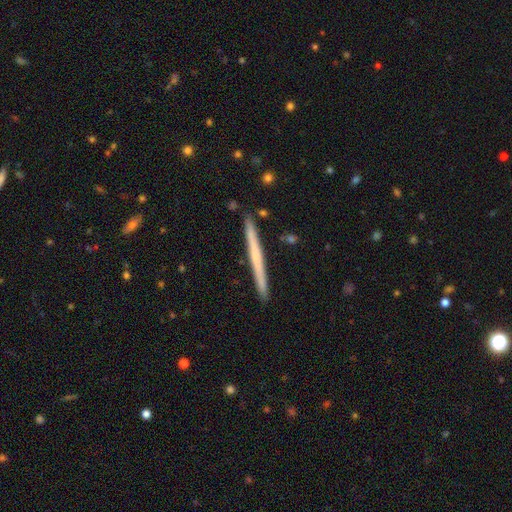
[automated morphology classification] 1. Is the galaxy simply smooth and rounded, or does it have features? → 48% featured or disk, 47% smooth, 5% star or artifact.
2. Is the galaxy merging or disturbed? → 92% none, 6% minor disturbance, 1% merger, 1% major disturbance.